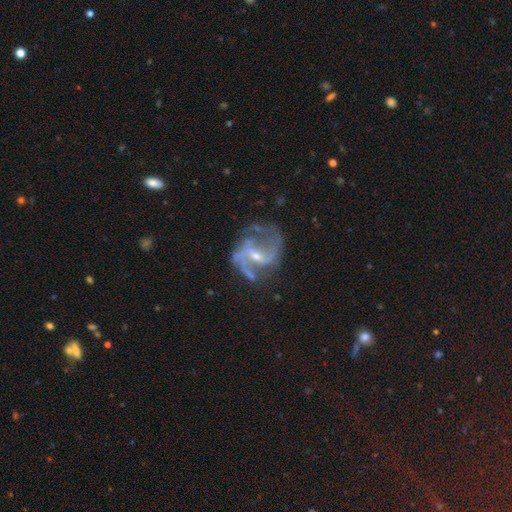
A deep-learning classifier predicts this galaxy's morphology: The model was most divided on "spiral winding": medium: 49%, loose: 38%, tight: 13%. Remaining: edge-on disk — no (98%); spiral arms — yes (97%); smooth or featured — featured or disk (90%); spiral arm count — 2 (82%); bulge size — small (64%); merging — none (62%); bar — weak (45%).